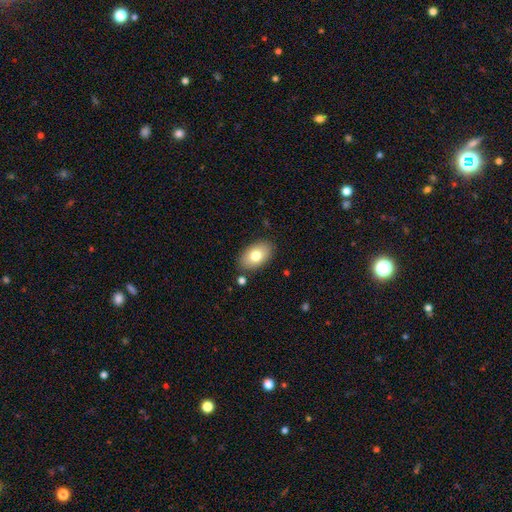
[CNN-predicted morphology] This is likely a smooth galaxy (76%). How rounded: clearly in between (91%). Merging: clearly none (85%).